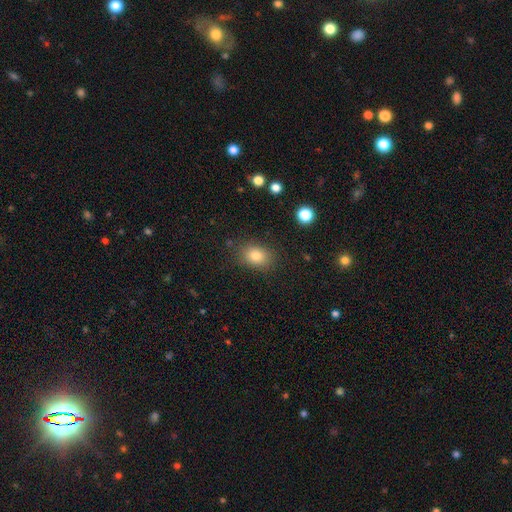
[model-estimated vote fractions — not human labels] Q: Smooth or featured?
A: smooth (82%); runner-up: star or artifact (10%)
Q: How rounded?
A: in between (69%); runner-up: round (30%)
Q: Merging?
A: none (83%); runner-up: minor disturbance (12%)